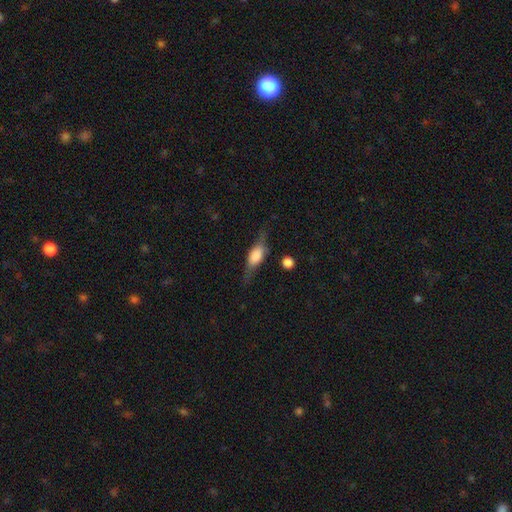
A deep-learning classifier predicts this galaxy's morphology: Smooth or featured? featured or disk (52%)
Edge-on disk? yes (91%)
Merging? none (67%)